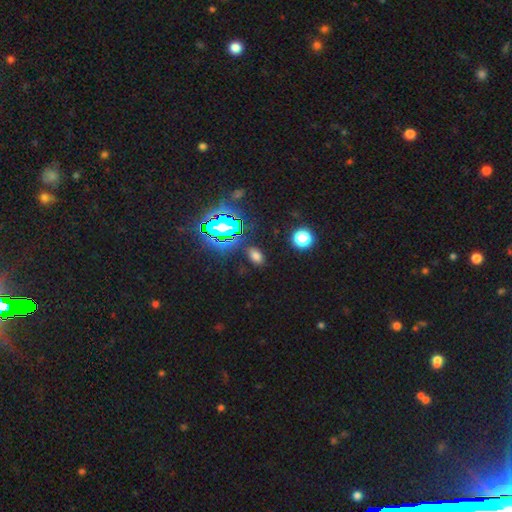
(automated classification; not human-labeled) Smooth or featured: smooth — 61% (star or artifact — 31%)
How rounded: in between — 84% (round — 14%)
Merging: none — 84% (minor disturbance — 10%)